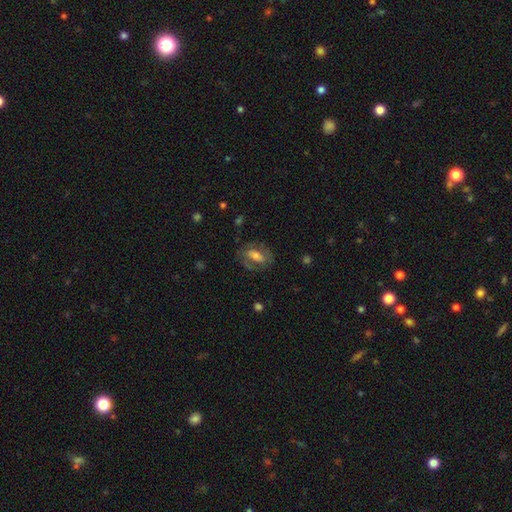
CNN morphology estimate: This is possibly a featured or disk galaxy (47%). Merging: likely none (69%).